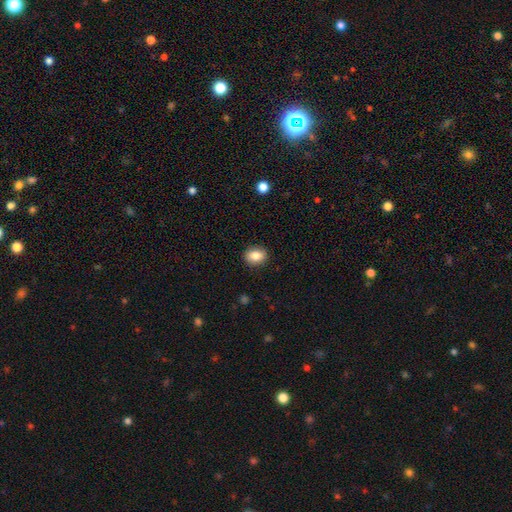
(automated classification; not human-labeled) A smooth galaxy with no disk features (85%) that is in between round and cigar-shaped (60%). Merging: none (88%).